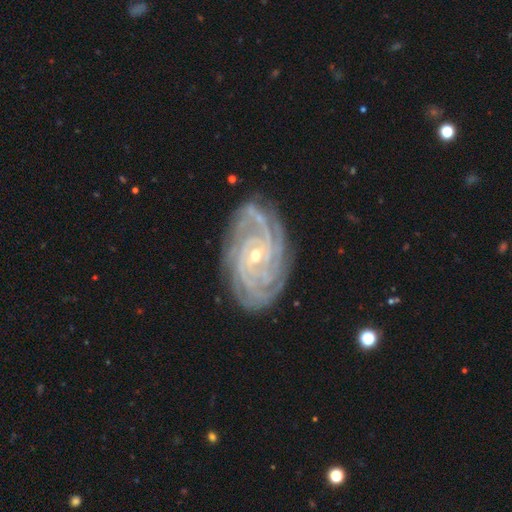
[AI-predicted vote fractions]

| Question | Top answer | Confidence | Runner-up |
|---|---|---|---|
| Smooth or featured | featured or disk | 91% | star or artifact (5%) |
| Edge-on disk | no | 97% | yes (3%) |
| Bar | no | 61% | weak (27%) |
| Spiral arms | yes | 98% | no (2%) |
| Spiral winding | tight | 82% | medium (15%) |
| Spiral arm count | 4 | 27% | more than 4 (23%) |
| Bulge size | small | 62% | moderate (35%) |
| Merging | none | 79% | minor disturbance (15%) |